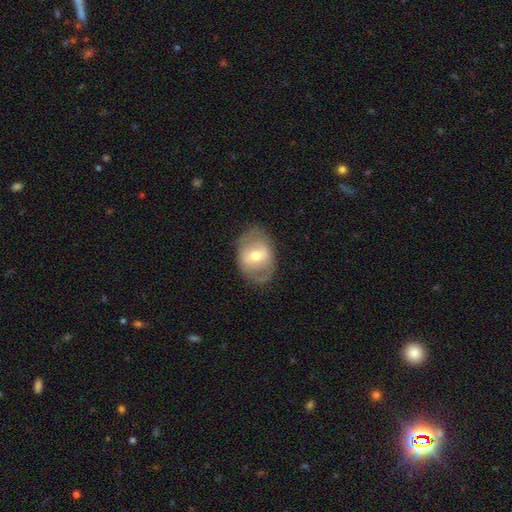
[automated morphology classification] smooth_or_featured: featured or disk (p=0.55) [alt: smooth p=0.38]
disk_edge_on: no (p=0.94) [alt: yes p=0.06]
bar: weak (p=0.44) [alt: no p=0.28]
has_spiral_arms: no (p=0.53) [alt: yes p=0.47]
bulge_size: moderate (p=0.67) [alt: small p=0.23]
merging: none (p=0.74) [alt: minor disturbance p=0.17]